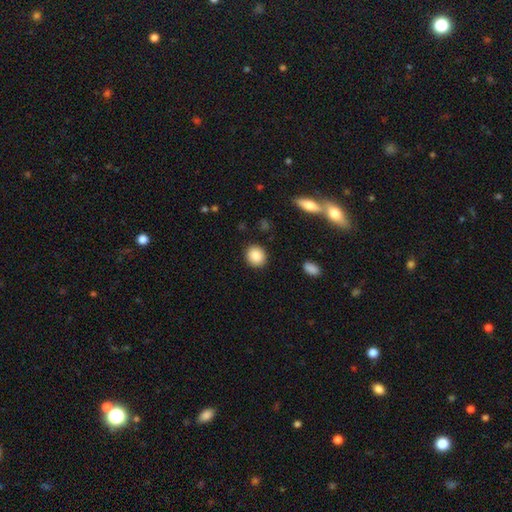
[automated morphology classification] A smooth galaxy with no disk features (87%) that is round (82%). Merging: none (90%).